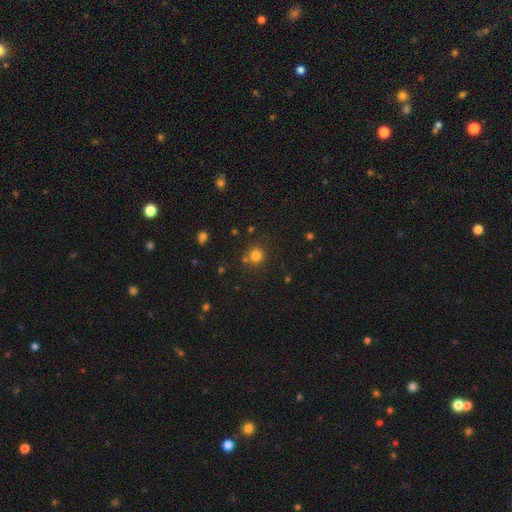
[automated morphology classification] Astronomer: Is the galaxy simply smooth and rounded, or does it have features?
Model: smooth — 78%.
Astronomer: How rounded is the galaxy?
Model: round — 91%.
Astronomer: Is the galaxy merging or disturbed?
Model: none — 76%.